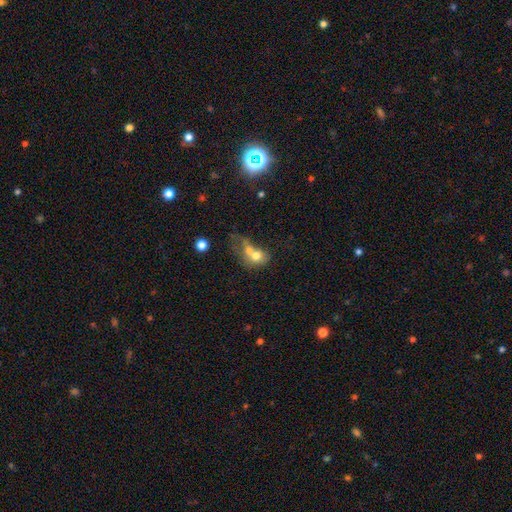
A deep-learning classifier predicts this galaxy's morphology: Smooth or featured? smooth (65%)
How rounded? in between (51%)
Merging? merger (72%)